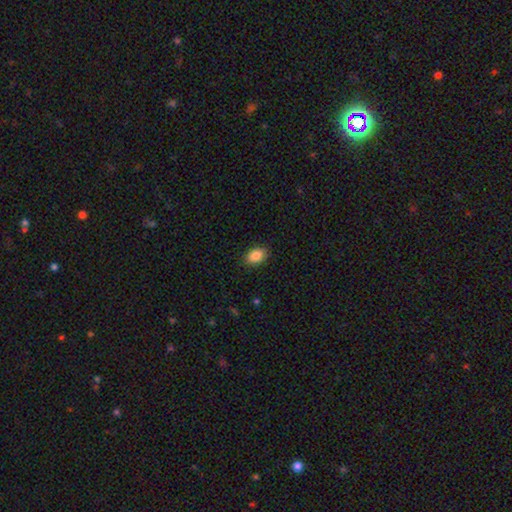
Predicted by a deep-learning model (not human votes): The model was most divided on "how rounded": in between: 87%, round: 11%, cigar-shaped: 2%. More confident: merging — none (88%); smooth or featured — smooth (88%).